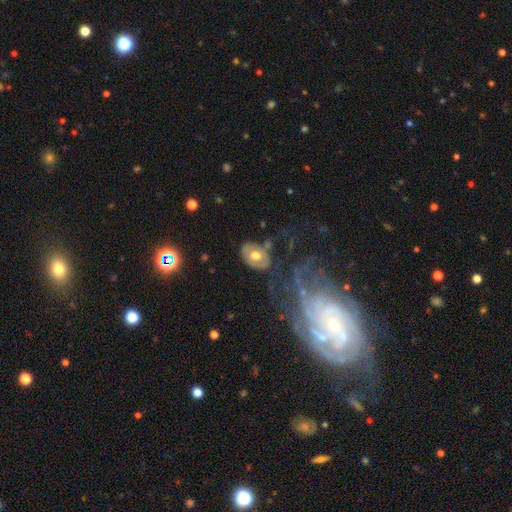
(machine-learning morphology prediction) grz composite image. It shows a smooth galaxy with no disk features (49%). Merging: none (61%).